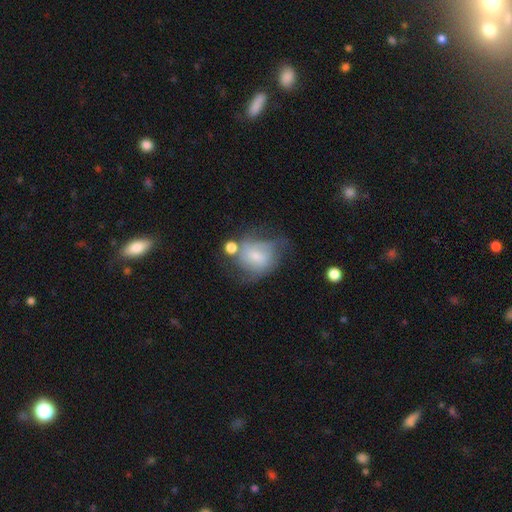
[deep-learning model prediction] featured or disk 47%, smooth 44%, star or artifact 9%. Down the decision tree: merging — none (34%).